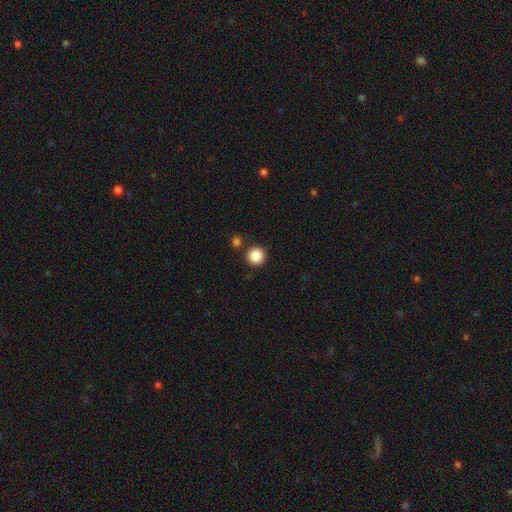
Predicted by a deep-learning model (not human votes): Smooth or featured?
  - smooth: 87% *
  - star or artifact: 10%
  - featured or disk: 3%
How rounded?
  - round: 95% *
  - in between: 4%
  - cigar-shaped: 1%
Merging?
  - none: 87% *
  - merger: 6%
  - minor disturbance: 6%
  - major disturbance: 2%